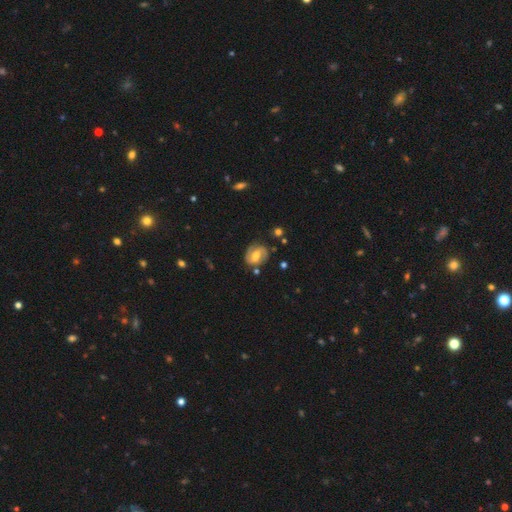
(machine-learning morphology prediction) Smooth or featured: featured or disk — 64% (smooth — 29%)
Edge-on disk: no — 97% (yes — 3%)
Bar: weak — 50% (strong — 27%)
Spiral arms: yes — 85% (no — 15%)
Spiral winding: medium — 46% (tight — 32%)
Spiral arm count: 2 — 84% (can't tell — 9%)
Bulge size: moderate — 60% (small — 19%)
Merging: none — 74% (minor disturbance — 17%)